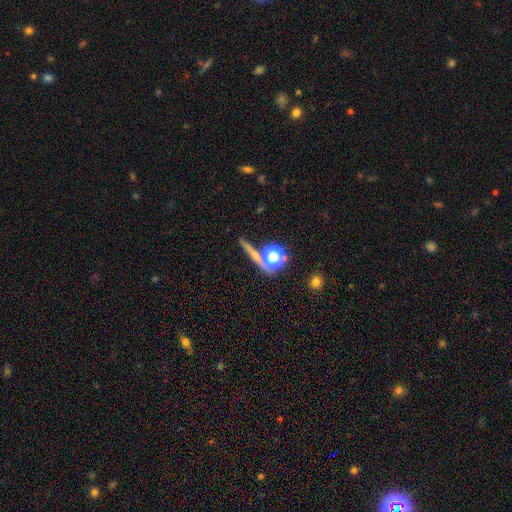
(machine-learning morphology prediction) Smooth or featured: star or artifact — 44% (smooth — 35%)